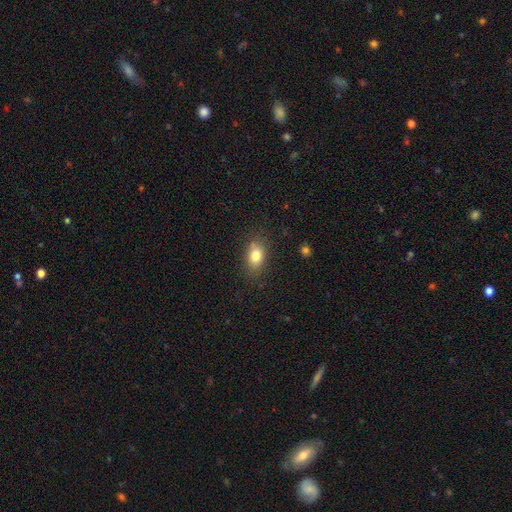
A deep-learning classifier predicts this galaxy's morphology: smooth 80%, featured or disk 10%, star or artifact 10%. Down the decision tree: how rounded — in between (79%); merging — none (79%).